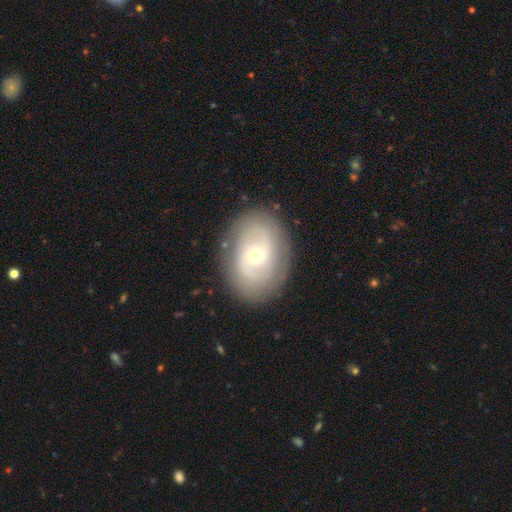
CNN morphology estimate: Q: Smooth or featured?
A: featured or disk (60%); runner-up: smooth (33%)
Q: Edge-on disk?
A: no (94%); runner-up: yes (6%)
Q: Bar?
A: no (48%); runner-up: weak (40%)
Q: Spiral arms?
A: yes (61%); runner-up: no (39%)
Q: Bulge size?
A: moderate (55%); runner-up: small (40%)
Q: Merging?
A: none (84%); runner-up: minor disturbance (11%)